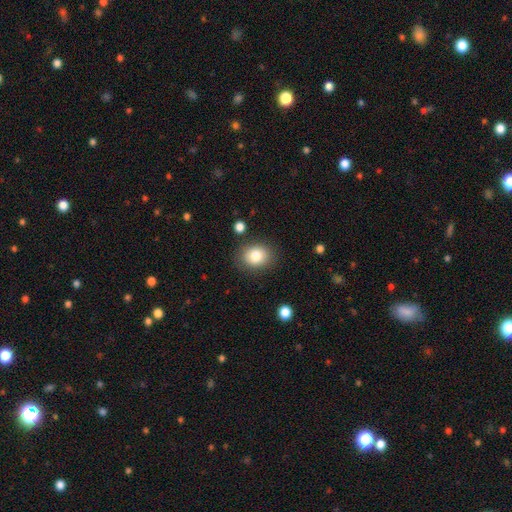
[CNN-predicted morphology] smooth-or-featured: smooth: 82% | star or artifact: 9% | featured or disk: 9%
  how-rounded: round: 56% | in between: 44% | cigar-shaped: 1%
  merging: none: 83% | minor disturbance: 11% | major disturbance: 3% | merger: 2%